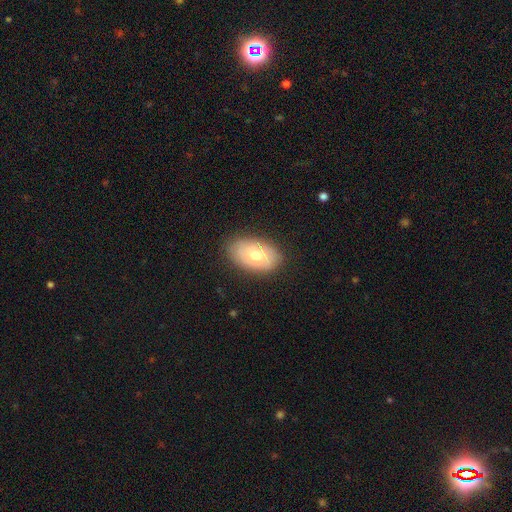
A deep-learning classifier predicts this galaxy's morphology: A smooth galaxy with no disk features (63%) that is in between round and cigar-shaped (90%). Merging: none (82%).